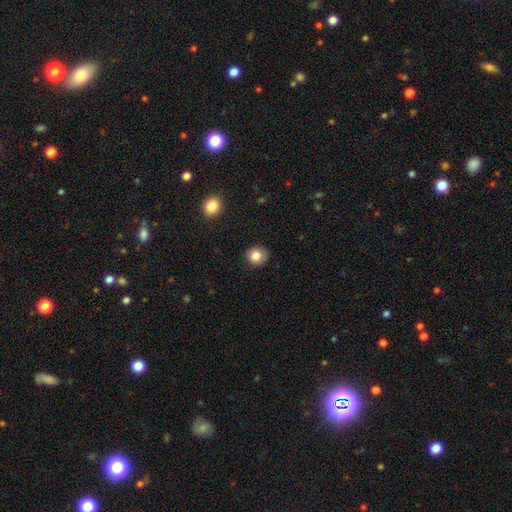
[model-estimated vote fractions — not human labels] This appears to be a smooth galaxy with no disk features (83%) that is round (80%). Merging: none (85%).